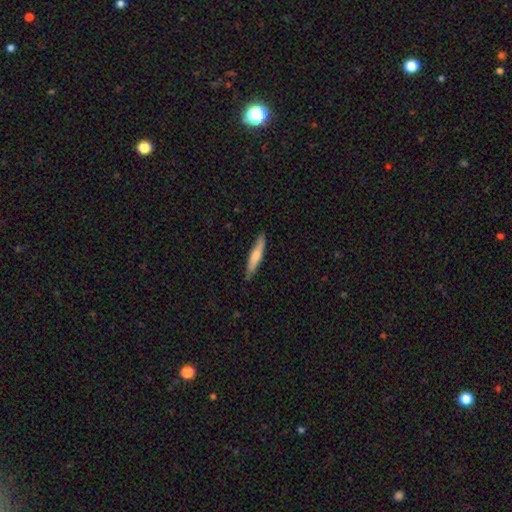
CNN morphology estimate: Smooth or featured: smooth — 67% (featured or disk — 28%)
How rounded: cigar-shaped — 89% (in between — 10%)
Merging: none — 84% (minor disturbance — 13%)